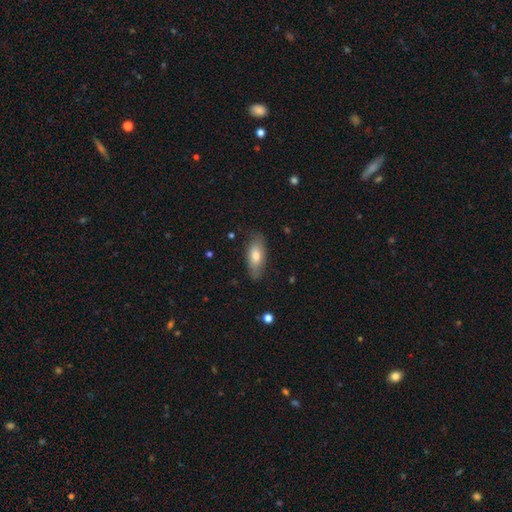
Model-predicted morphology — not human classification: The model was most divided on "smooth or featured": smooth: 71%, featured or disk: 22%, star or artifact: 7%. More confident: merging — none (81%); how rounded — in between (80%).